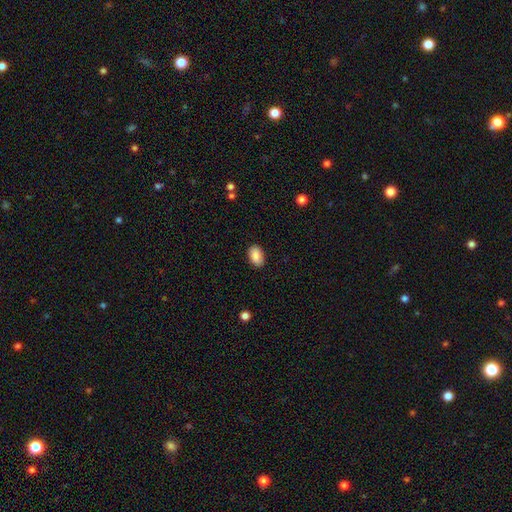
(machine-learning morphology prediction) A smooth galaxy with no disk features (88%) that is in between round and cigar-shaped (90%).

Vote fractions:
- Smooth or featured? smooth: 88% / star or artifact: 7% / featured or disk: 4%
- How rounded? in between: 90% / round: 9% / cigar-shaped: 1%
- Merging? none: 88% / minor disturbance: 9% / major disturbance: 2% / merger: 1%